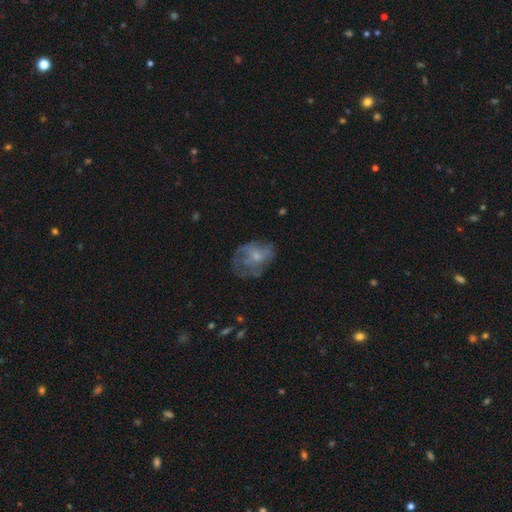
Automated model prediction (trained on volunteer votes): featured or disk 50%, smooth 40%, star or artifact 11%. Down the decision tree: merging — none (43%).